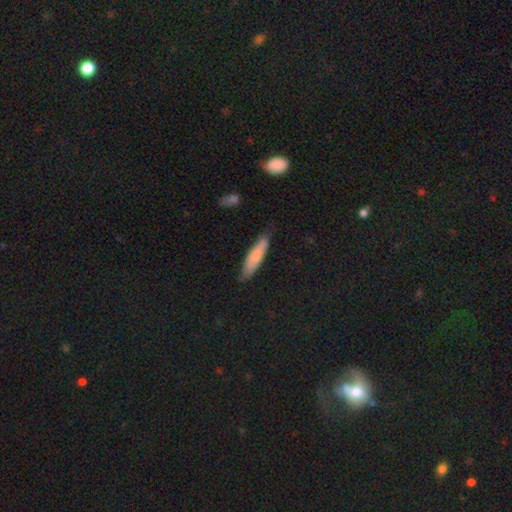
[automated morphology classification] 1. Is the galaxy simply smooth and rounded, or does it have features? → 74% smooth, 20% featured or disk, 6% star or artifact.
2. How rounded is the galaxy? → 74% cigar-shaped, 25% in between, 2% round.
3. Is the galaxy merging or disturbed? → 72% none, 22% minor disturbance, 4% major disturbance, 2% merger.